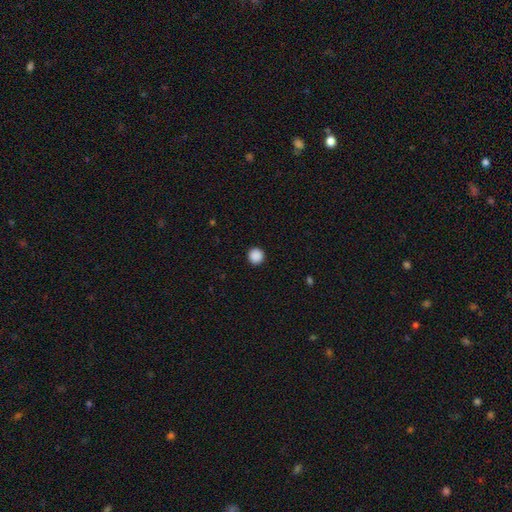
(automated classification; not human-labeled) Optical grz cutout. It shows a smooth galaxy with no disk features (89%) that is round (95%). Merging: none (93%).